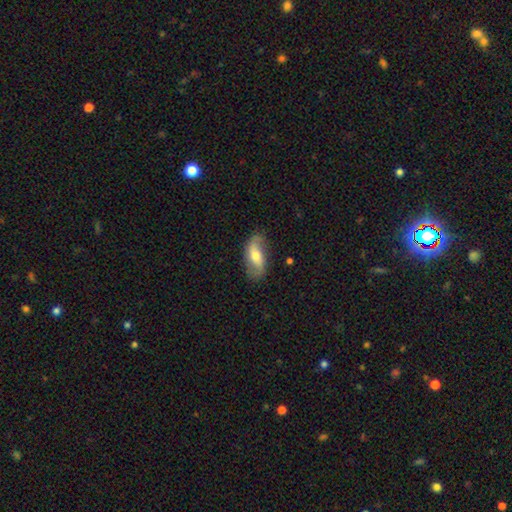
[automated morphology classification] smooth_or_featured: featured or disk (p=0.59) [alt: smooth p=0.35]
disk_edge_on: no (p=0.90) [alt: yes p=0.10]
bar: no (p=0.46) [alt: weak p=0.36]
has_spiral_arms: yes (p=0.82) [alt: no p=0.18]
bulge_size: moderate (p=0.65) [alt: small p=0.26]
merging: none (p=0.74) [alt: minor disturbance p=0.18]